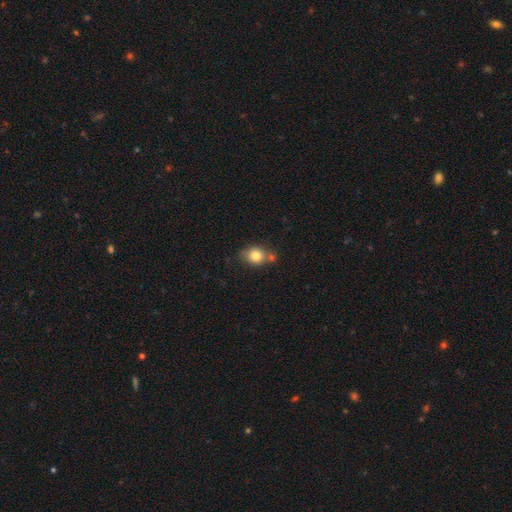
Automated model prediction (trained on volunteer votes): Q: Smooth or featured?
A: smooth (81%); runner-up: star or artifact (9%)
Q: How rounded?
A: round (56%); runner-up: in between (42%)
Q: Merging?
A: none (57%); runner-up: merger (23%)